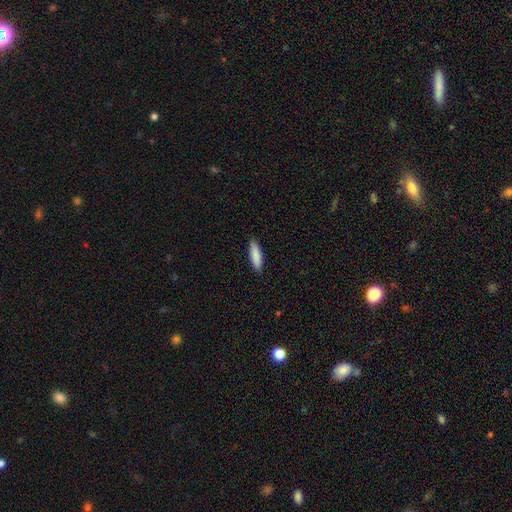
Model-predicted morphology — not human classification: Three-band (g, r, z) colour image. It shows a smooth galaxy with no disk features (87%) that is cigar-shaped (65%). Merging: none (88%).